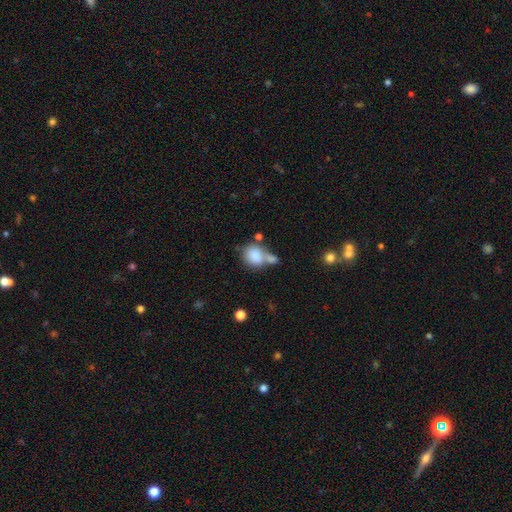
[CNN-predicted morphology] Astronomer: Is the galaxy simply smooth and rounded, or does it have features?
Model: smooth — 82%.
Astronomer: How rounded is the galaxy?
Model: round — 60% (runner-up: in between, 39%).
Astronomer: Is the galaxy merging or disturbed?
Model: merger — 46% (runner-up: none, 33%).